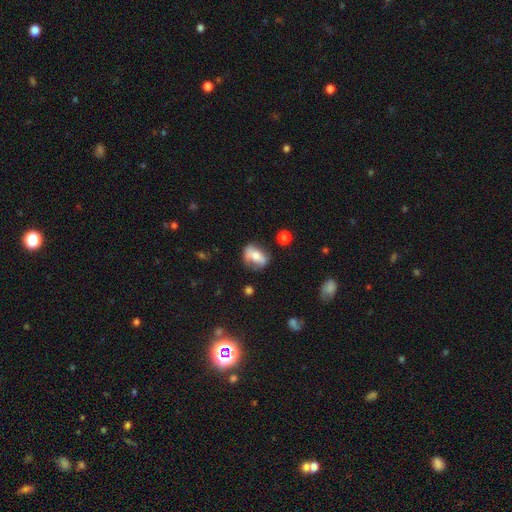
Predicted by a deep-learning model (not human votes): Smooth or featured? smooth (54%)
How rounded? in between (74%)
Merging? none (53%)